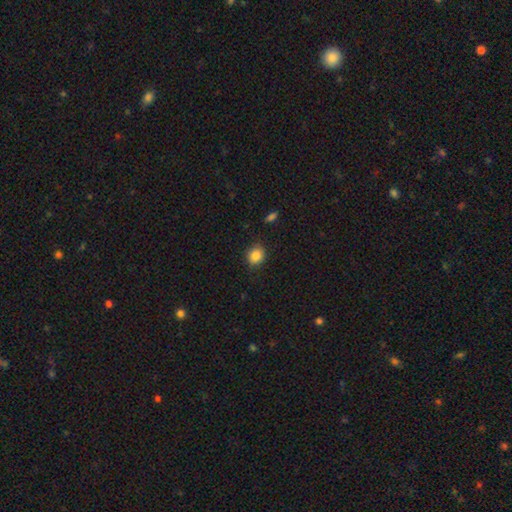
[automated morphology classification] This appears to be a smooth galaxy with no disk features (85%) that is round (72%). Merging: none (85%).